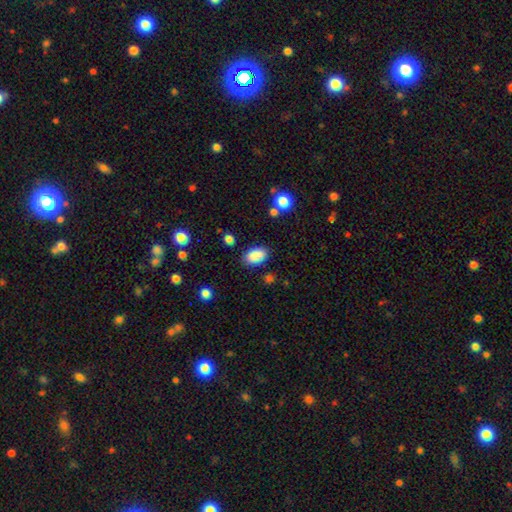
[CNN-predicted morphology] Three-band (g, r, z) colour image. It shows a smooth galaxy with no disk features (88%) that is in between round and cigar-shaped (91%). Merging: none (83%).